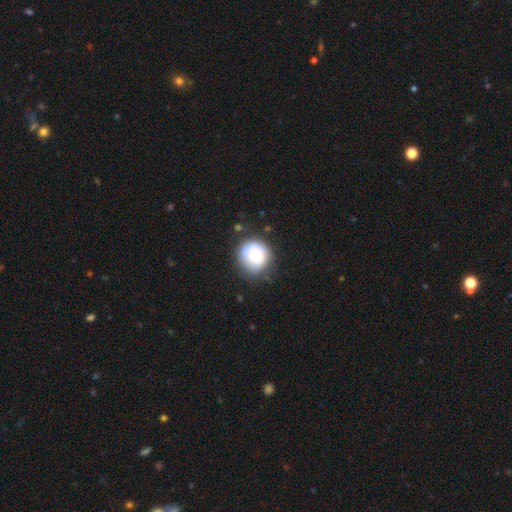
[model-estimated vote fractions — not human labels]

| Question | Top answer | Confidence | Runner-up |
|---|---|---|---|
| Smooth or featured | smooth | 69% | featured or disk (23%) |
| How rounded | round | 89% | in between (10%) |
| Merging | none | 70% | minor disturbance (20%) |